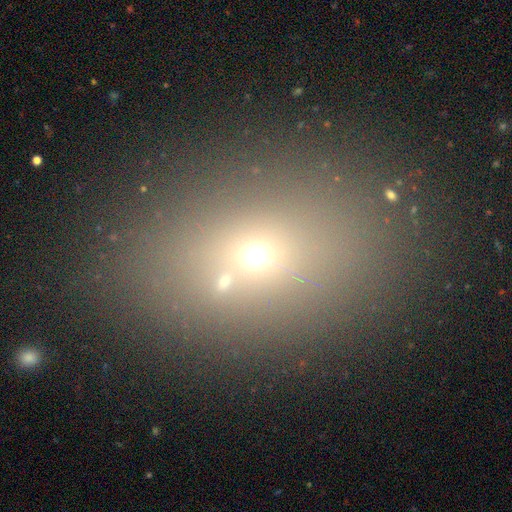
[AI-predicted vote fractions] This appears to be a smooth galaxy with no disk features (58%) that is in between round and cigar-shaped (66%). Merging: none (69%).